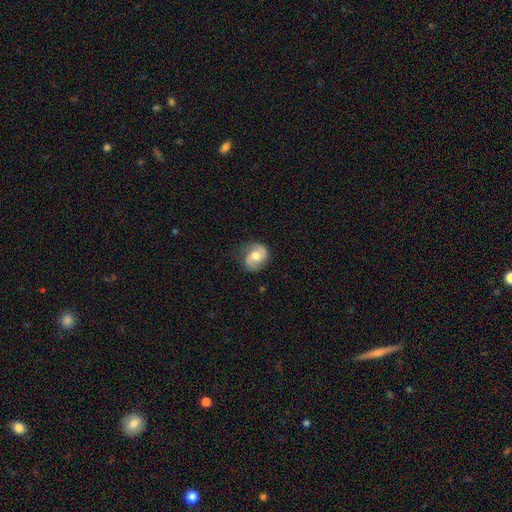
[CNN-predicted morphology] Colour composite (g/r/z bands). It shows a featured or disk galaxy (58%) with no bar (61%), spiral arms (85%) and a moderate central bulge (73%). Merging: none (73%).